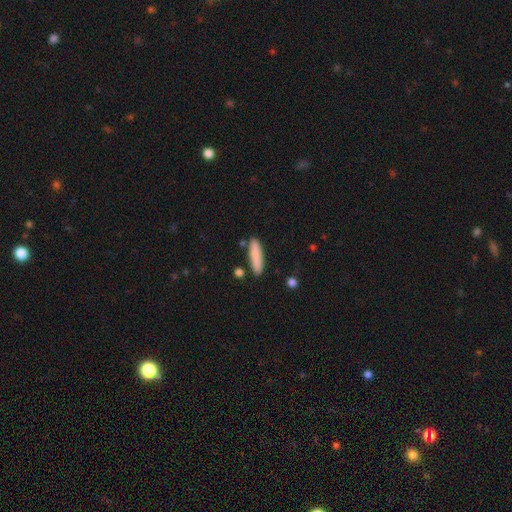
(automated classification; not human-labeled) Smooth or featured? Predicted: smooth (p=0.84). How rounded? Predicted: cigar-shaped (p=0.81). Merging? Predicted: none (p=0.84).